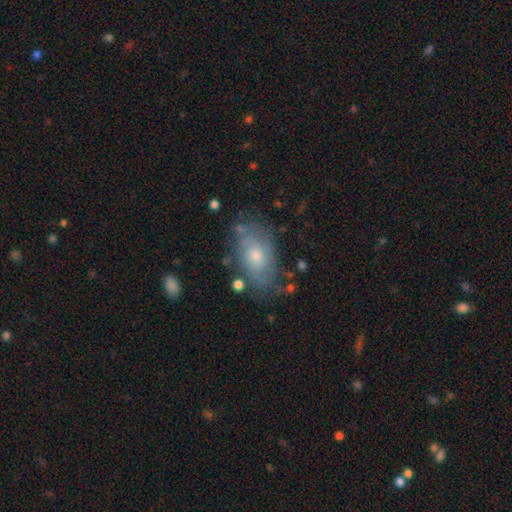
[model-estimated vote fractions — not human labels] The model was most divided on "bulge size": moderate: 52%, small: 40%, large: 4%, none: 2%, dominant: 1%. More confident: edge-on disk — no (94%); bar — no (80%); spiral arms — yes (71%); merging — none (66%); smooth or featured — featured or disk (56%).